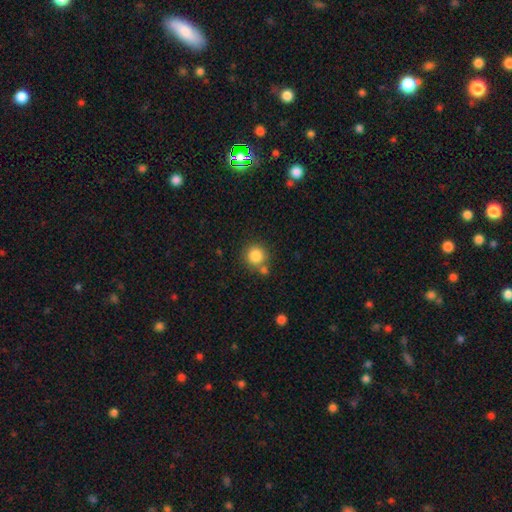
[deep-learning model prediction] Smooth or featured? smooth (84%)
How rounded? round (92%)
Merging? none (69%)